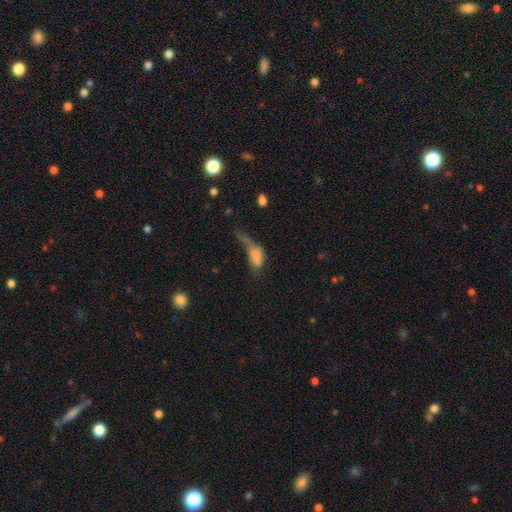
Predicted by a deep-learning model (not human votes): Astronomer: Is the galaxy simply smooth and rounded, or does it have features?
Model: smooth — 66%.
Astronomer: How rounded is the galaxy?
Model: in between — 83%.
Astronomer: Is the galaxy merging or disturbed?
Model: major disturbance — 56%.